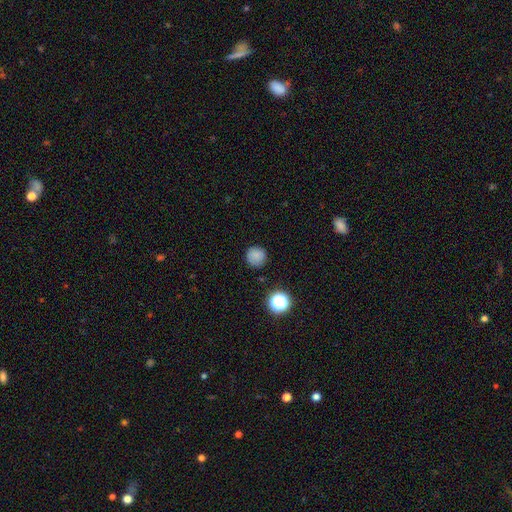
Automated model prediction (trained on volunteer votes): smooth_or_featured: smooth (p=0.81) [alt: star or artifact p=0.13]
how_rounded: round (p=0.94) [alt: in between p=0.05]
merging: none (p=0.85) [alt: minor disturbance p=0.10]